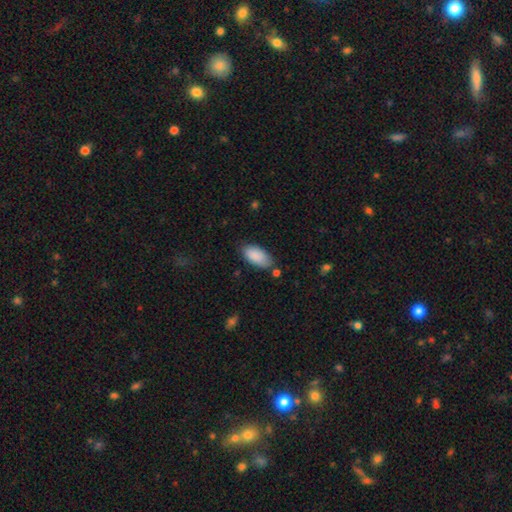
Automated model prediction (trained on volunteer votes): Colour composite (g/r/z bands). It shows a smooth galaxy with no disk features (89%) that is in between round and cigar-shaped (93%). Merging: none (72%).